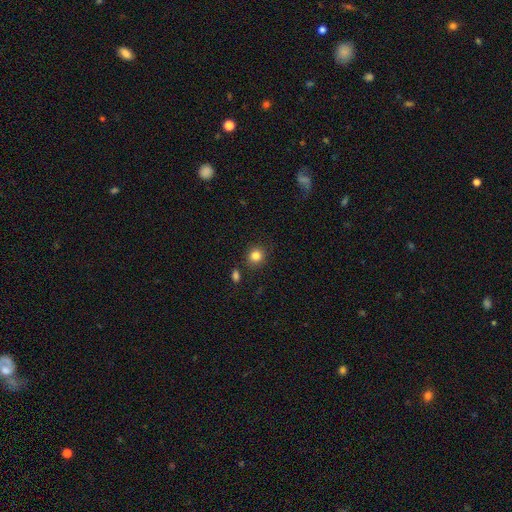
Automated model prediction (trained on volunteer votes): This appears to be a smooth galaxy with no disk features (84%) that is round (82%). Merging: none (84%).